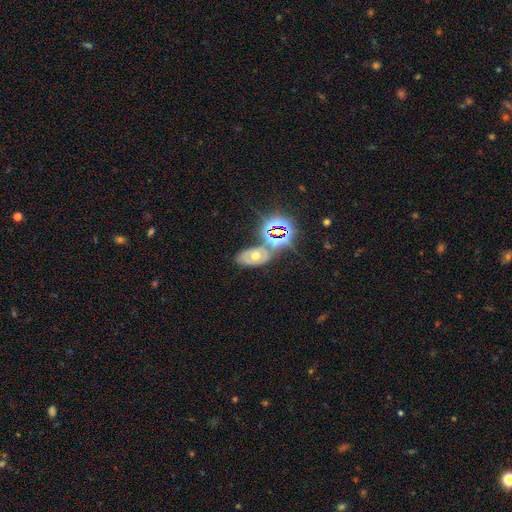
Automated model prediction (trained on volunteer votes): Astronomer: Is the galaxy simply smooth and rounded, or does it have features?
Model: smooth — 34%, tied with star or artifact at 34%.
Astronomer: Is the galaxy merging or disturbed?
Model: none — 60%.